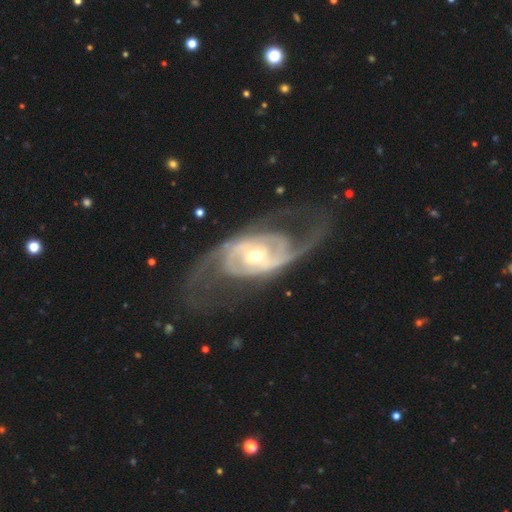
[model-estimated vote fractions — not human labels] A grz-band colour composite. It shows a featured or disk galaxy (89%) with a weak bar (37%), 2 (84%) medium (42%) spiral arms (91%) and a moderate central bulge (71%). Merging: none (66%).